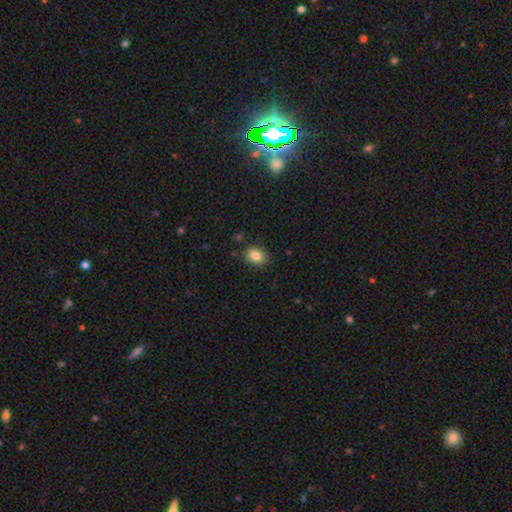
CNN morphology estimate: Q: Smooth or featured?
A: smooth (84%); runner-up: star or artifact (9%)
Q: How rounded?
A: in between (67%); runner-up: round (32%)
Q: Merging?
A: none (82%); runner-up: minor disturbance (13%)